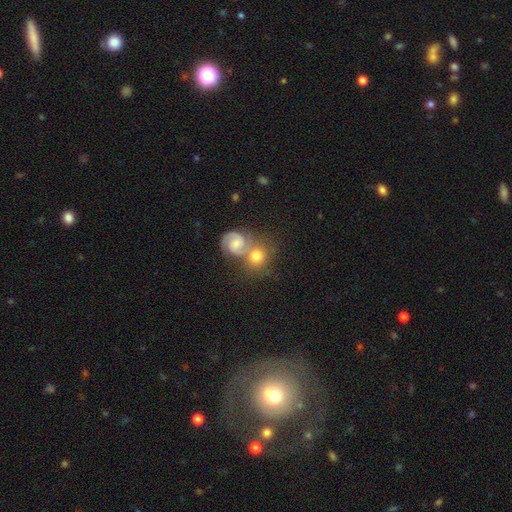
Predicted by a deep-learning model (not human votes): Q: Smooth or featured?
A: smooth (47%); runner-up: featured or disk (44%)
Q: Merging?
A: merger (49%); runner-up: none (38%)